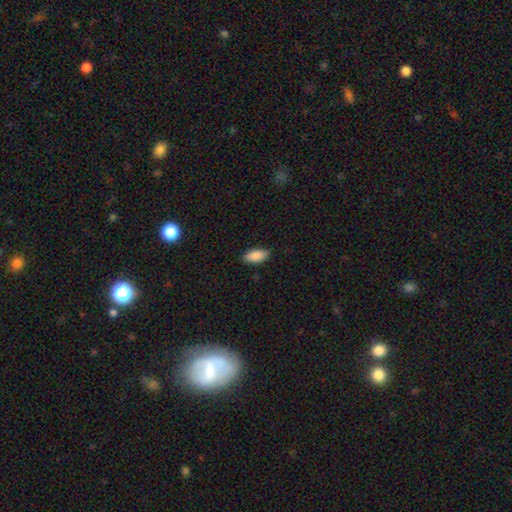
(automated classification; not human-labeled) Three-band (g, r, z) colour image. It shows a smooth galaxy with no disk features (89%) that is in between round and cigar-shaped (91%). Merging: none (86%).